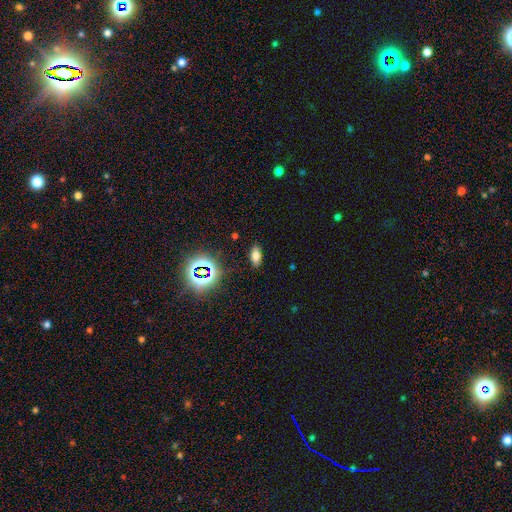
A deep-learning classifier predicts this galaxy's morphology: Smooth or featured?
  - smooth: 68% *
  - star or artifact: 20%
  - featured or disk: 11%
How rounded?
  - in between: 85% *
  - cigar-shaped: 10%
  - round: 6%
Merging?
  - none: 88% *
  - minor disturbance: 9%
  - major disturbance: 2%
  - merger: 1%